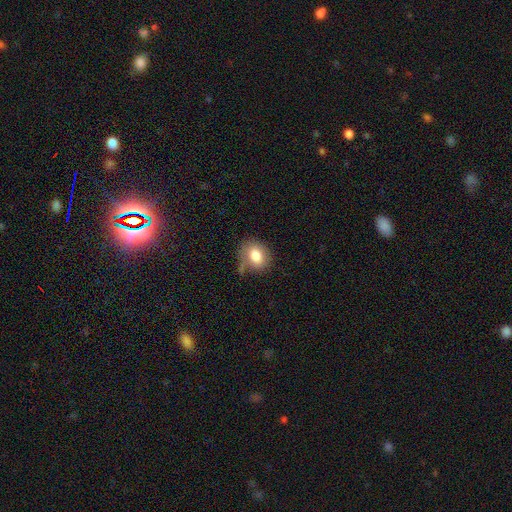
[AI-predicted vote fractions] A smooth galaxy with no disk features (81%) that is in between round and cigar-shaped (58%). Merging: none (61%).